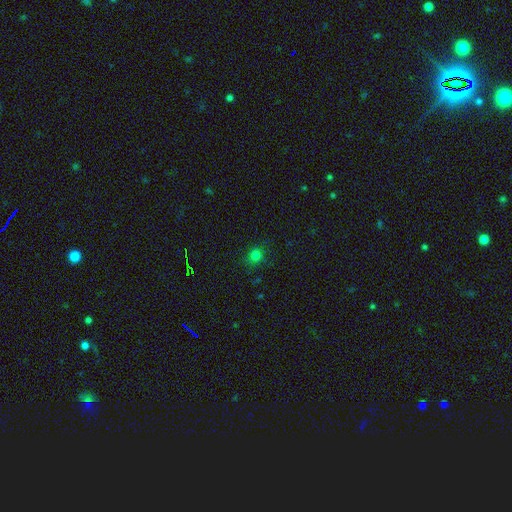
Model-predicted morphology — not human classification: smooth 76%, star or artifact 18%, featured or disk 5%. Down the decision tree: how rounded — round (84%); merging — none (84%).